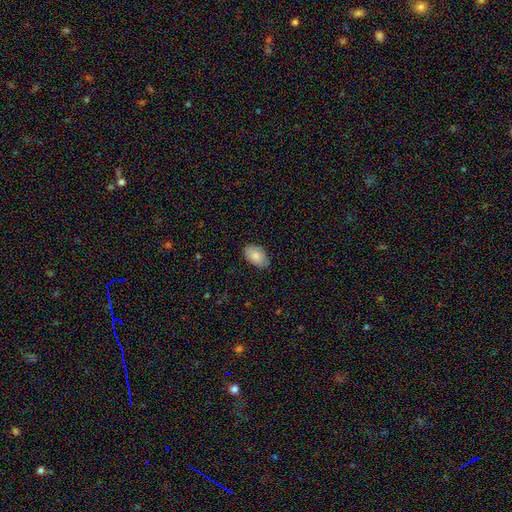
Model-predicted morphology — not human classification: smooth_or_featured: smooth (p=0.86) [alt: featured or disk p=0.07]
how_rounded: in between (p=0.94) [alt: round p=0.05]
merging: none (p=0.79) [alt: minor disturbance p=0.18]